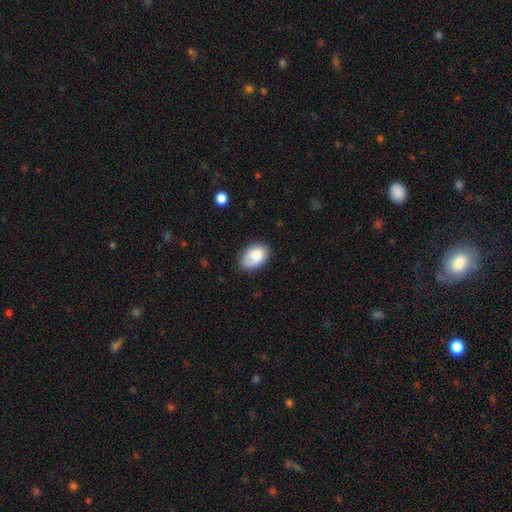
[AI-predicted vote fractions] Q: Smooth or featured?
A: smooth (83%); runner-up: featured or disk (10%)
Q: How rounded?
A: in between (86%); runner-up: round (13%)
Q: Merging?
A: none (71%); runner-up: minor disturbance (22%)